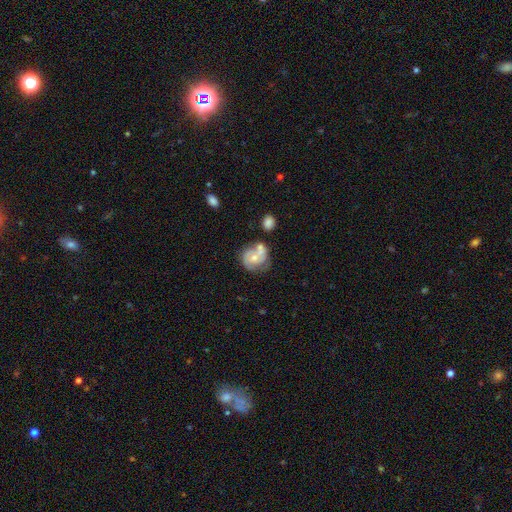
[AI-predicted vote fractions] Smooth or featured?
  - featured or disk: 67% *
  - smooth: 27%
  - star or artifact: 6%
Edge-on disk?
  - no: 98% *
  - yes: 2%
Bar?
  - no: 70% *
  - weak: 25%
  - strong: 5%
Spiral arms?
  - yes: 80% *
  - no: 20%
Spiral winding?
  - medium: 44% *
  - tight: 40%
  - loose: 16%
Spiral arm count?
  - 2: 61% *
  - can't tell: 18%
  - 3: 11%
  - 1: 6%
  - 4: 2%
  - more than 4: 2%
Bulge size?
  - moderate: 55% *
  - small: 39%
  - none: 3%
  - large: 3%
  - dominant: 1%
Merging?
  - none: 42% *
  - merger: 29%
  - minor disturbance: 20%
  - major disturbance: 9%